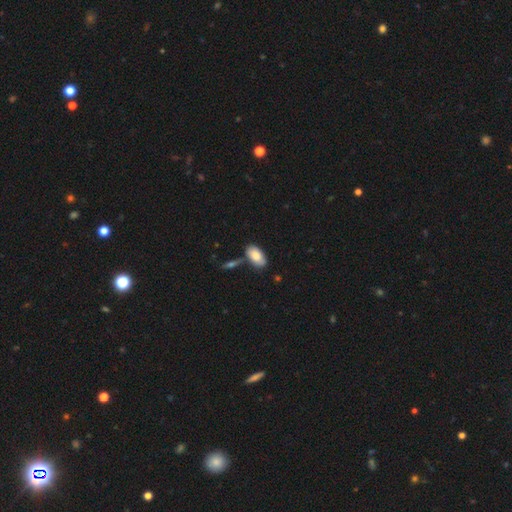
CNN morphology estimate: smooth 82%, featured or disk 12%, star or artifact 6%. Down the decision tree: how rounded — in between (94%); merging — none (70%).